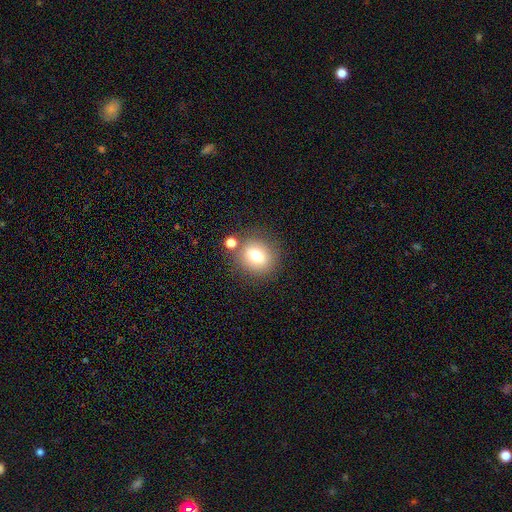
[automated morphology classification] Q: Smooth or featured?
A: smooth (74%); runner-up: featured or disk (14%)
Q: How rounded?
A: round (78%); runner-up: in between (21%)
Q: Merging?
A: none (75%); runner-up: merger (11%)